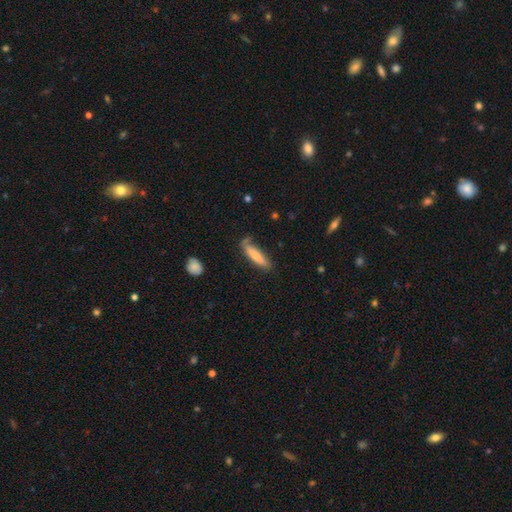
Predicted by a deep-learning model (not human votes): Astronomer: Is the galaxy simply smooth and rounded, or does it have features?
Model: smooth — 67%.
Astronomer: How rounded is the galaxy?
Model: cigar-shaped — 80%.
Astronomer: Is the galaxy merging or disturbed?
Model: none — 64%.